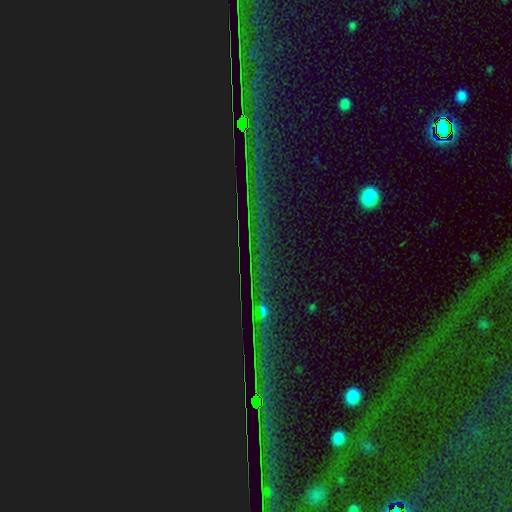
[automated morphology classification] This appears to be a star or artifact, not a galaxy (87%).